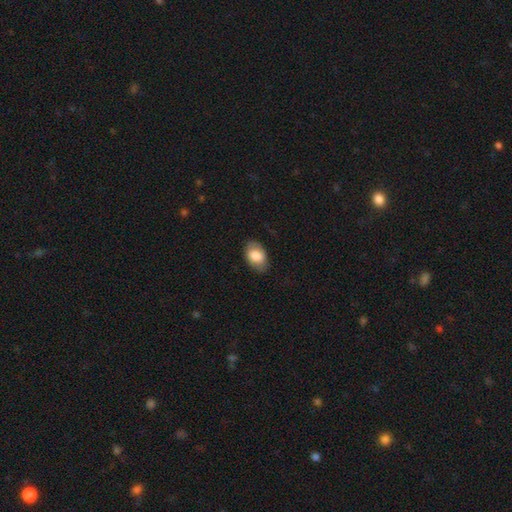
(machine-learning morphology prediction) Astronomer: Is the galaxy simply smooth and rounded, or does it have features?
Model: smooth — 75%.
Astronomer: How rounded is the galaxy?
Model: in between — 89%.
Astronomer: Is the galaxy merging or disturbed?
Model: none — 76%.